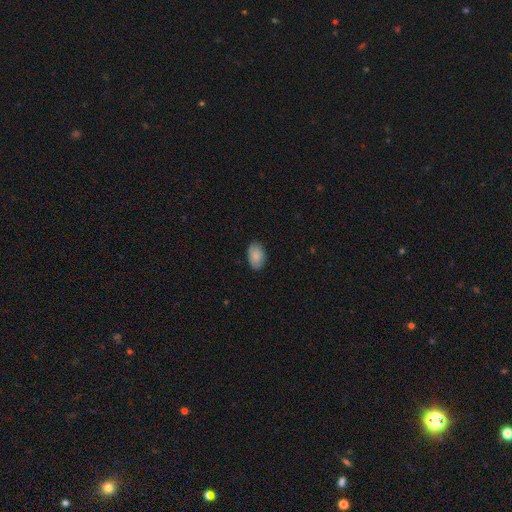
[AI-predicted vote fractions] Q: Smooth or featured?
A: smooth (85%); runner-up: featured or disk (8%)
Q: How rounded?
A: in between (90%); runner-up: round (9%)
Q: Merging?
A: none (83%); runner-up: minor disturbance (13%)